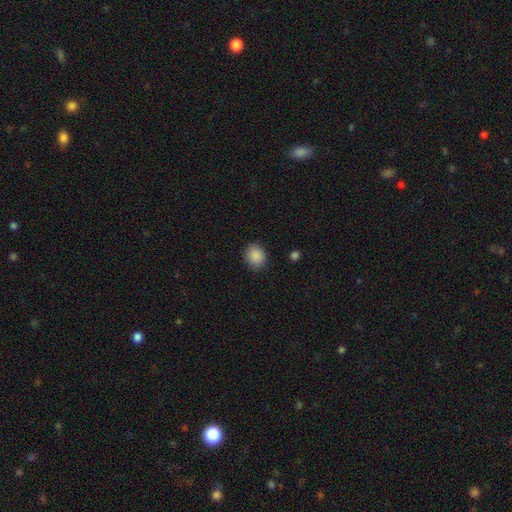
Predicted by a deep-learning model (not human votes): This is clearly a smooth galaxy (89%). How rounded: likely round (70%). Merging: clearly none (86%).